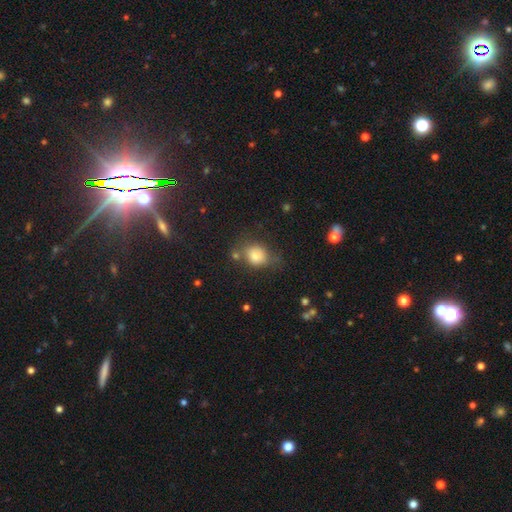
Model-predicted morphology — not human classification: Overall: smooth (78%). How rounded: round (60%; in between 39%). Merging: none (55%; minor disturbance 26%).